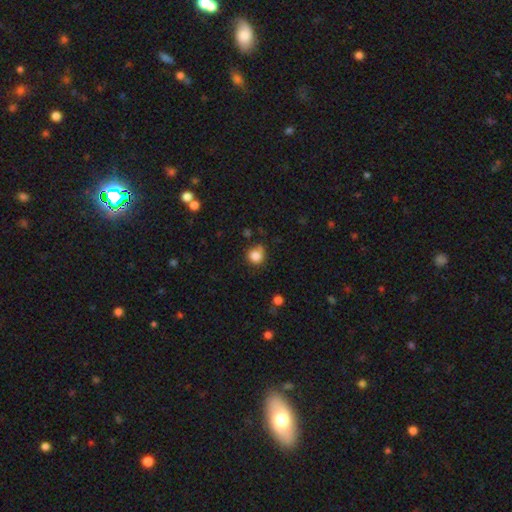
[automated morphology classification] Q: Smooth or featured?
A: smooth (84%); runner-up: star or artifact (11%)
Q: How rounded?
A: round (87%); runner-up: in between (12%)
Q: Merging?
A: none (69%); runner-up: minor disturbance (21%)